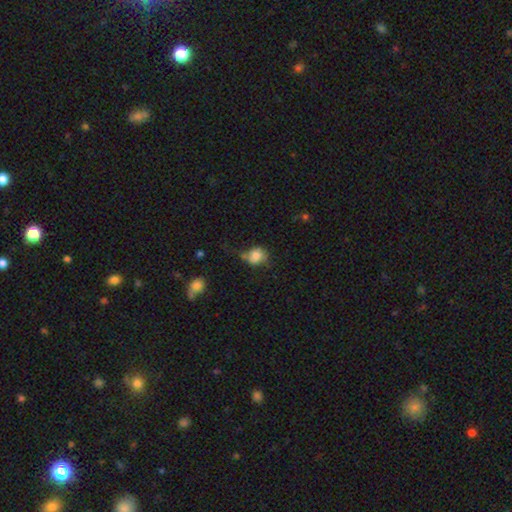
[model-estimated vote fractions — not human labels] Smooth or featured? Predicted: smooth (p=0.78). How rounded? Predicted: round (p=0.66). Merging? Predicted: none (p=0.45).